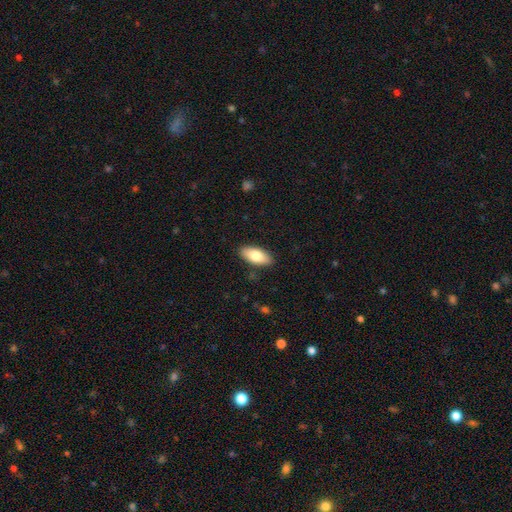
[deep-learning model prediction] smooth-or-featured: smooth: 79% | featured or disk: 15% | star or artifact: 6%
  how-rounded: in between: 88% | cigar-shaped: 10% | round: 2%
  merging: none: 89% | minor disturbance: 9% | major disturbance: 2% | merger: 1%